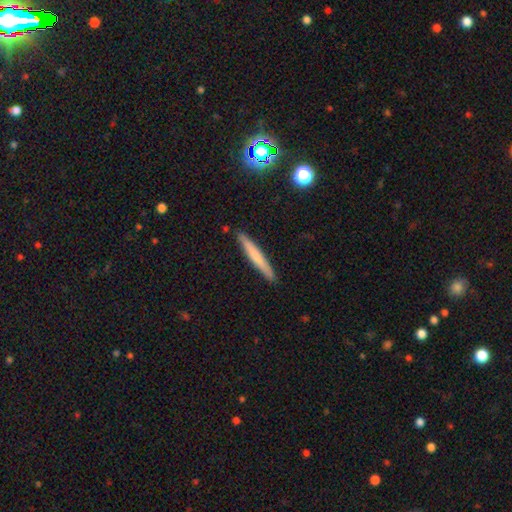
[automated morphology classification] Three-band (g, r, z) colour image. It shows a smooth galaxy with no disk features (63%) that is cigar-shaped (96%). Merging: none (90%).